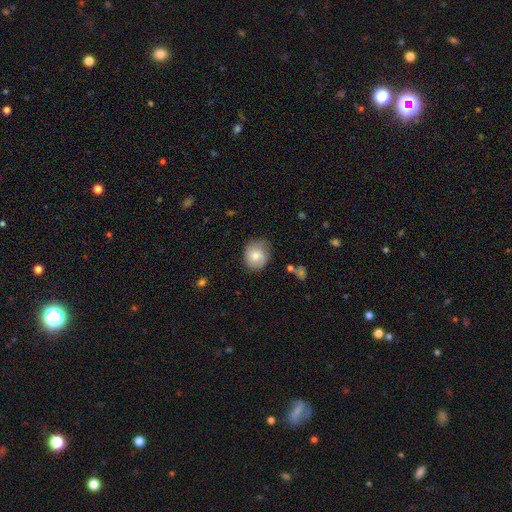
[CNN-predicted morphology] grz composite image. It shows a smooth galaxy with no disk features (72%) that is round (79%). Merging: none (64%).